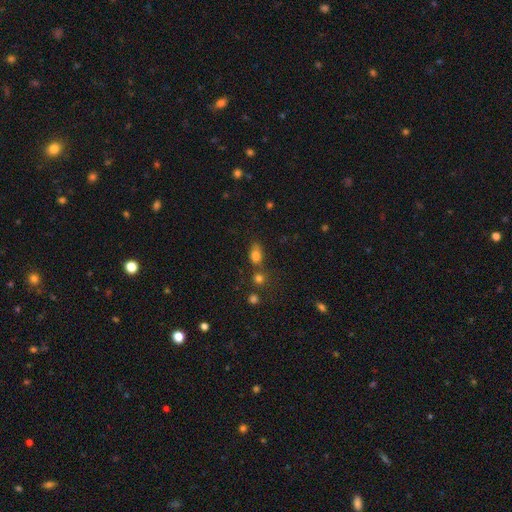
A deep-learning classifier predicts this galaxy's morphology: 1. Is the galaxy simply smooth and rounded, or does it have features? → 79% smooth, 13% star or artifact, 8% featured or disk.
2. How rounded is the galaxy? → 73% in between, 24% round, 3% cigar-shaped.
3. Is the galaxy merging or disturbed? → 55% none, 21% merger, 17% minor disturbance, 7% major disturbance.